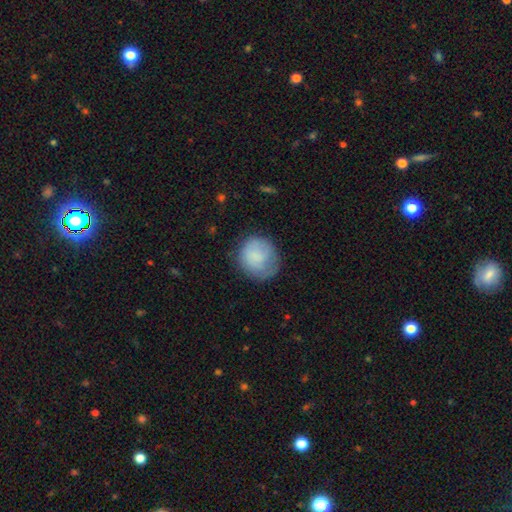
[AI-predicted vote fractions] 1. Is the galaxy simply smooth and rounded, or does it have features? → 78% smooth, 15% featured or disk, 7% star or artifact.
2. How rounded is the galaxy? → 85% round, 14% in between, 1% cigar-shaped.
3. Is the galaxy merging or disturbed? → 61% none, 25% minor disturbance, 12% major disturbance, 2% merger.